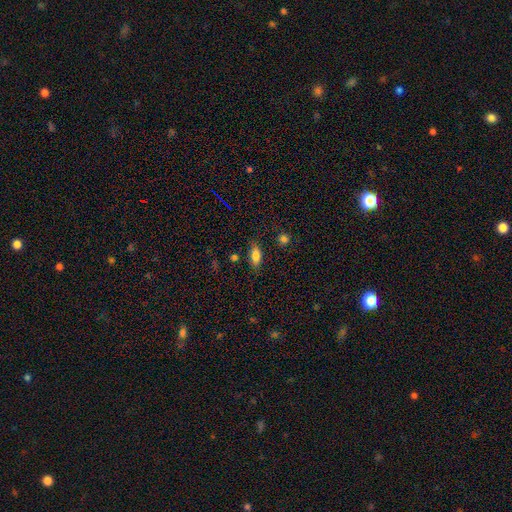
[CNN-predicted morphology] This is clearly a smooth galaxy (80%). How rounded: clearly in between (83%). Merging: clearly none (80%).